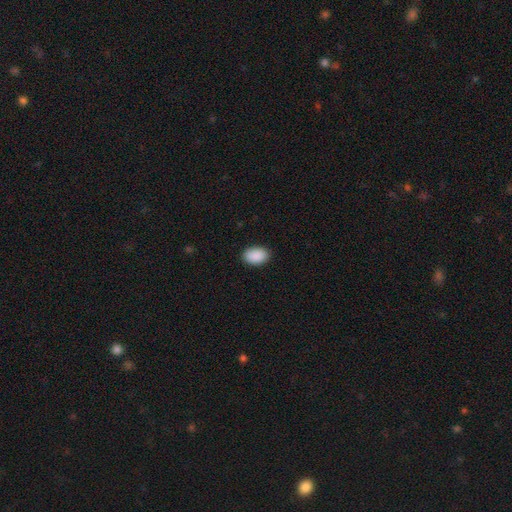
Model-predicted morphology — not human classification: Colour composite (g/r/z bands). It shows a smooth galaxy with no disk features (91%) that is in between round and cigar-shaped (90%). Merging: none (89%).